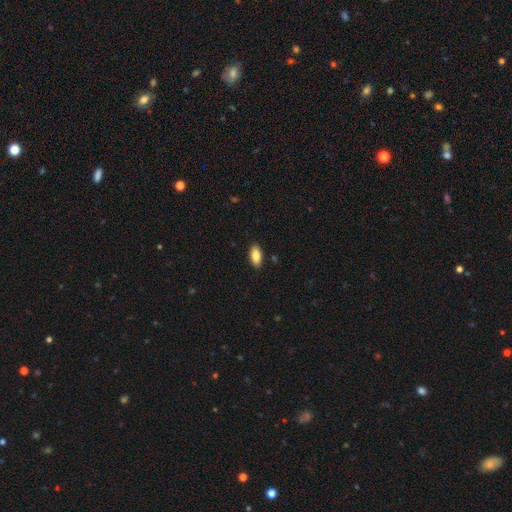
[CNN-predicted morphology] smooth 86%, featured or disk 7%, star or artifact 7%. Down the decision tree: how rounded — in between (91%); merging — none (89%).